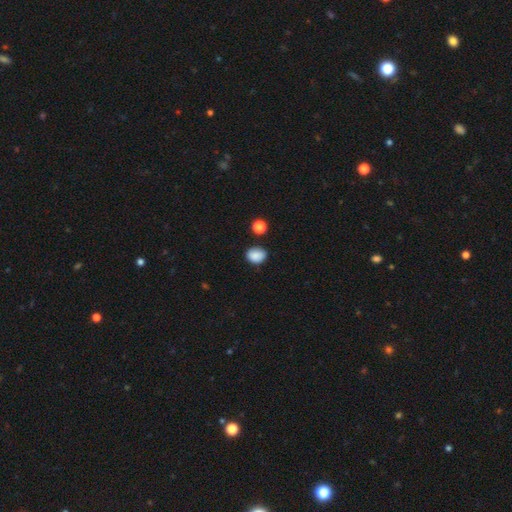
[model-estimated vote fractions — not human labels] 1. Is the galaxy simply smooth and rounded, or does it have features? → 85% smooth, 9% star or artifact, 5% featured or disk.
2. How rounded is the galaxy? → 54% in between, 45% round, 1% cigar-shaped.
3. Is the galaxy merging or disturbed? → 78% none, 15% minor disturbance, 4% merger, 3% major disturbance.